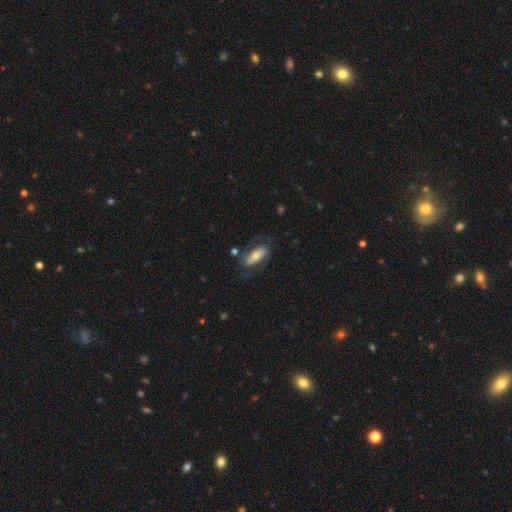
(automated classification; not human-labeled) Smooth or featured? smooth (52%)
How rounded? in between (77%)
Merging? none (64%)